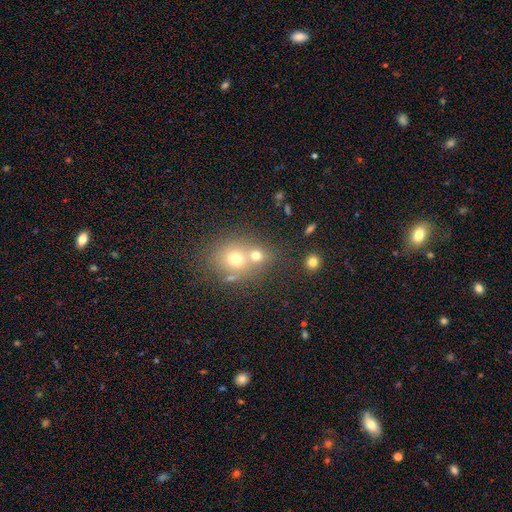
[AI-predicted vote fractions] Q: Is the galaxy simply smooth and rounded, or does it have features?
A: smooth — 68%.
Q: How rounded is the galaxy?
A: round — 75%.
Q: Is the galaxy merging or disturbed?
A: merger — 47%.